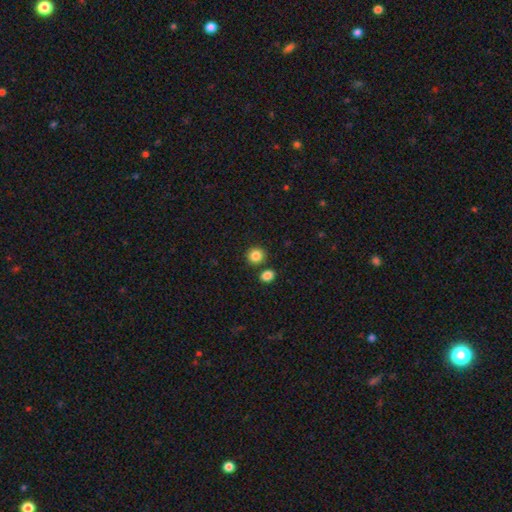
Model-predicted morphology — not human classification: Overall: smooth (86%). How rounded: round (86%). Merging: none (79%).